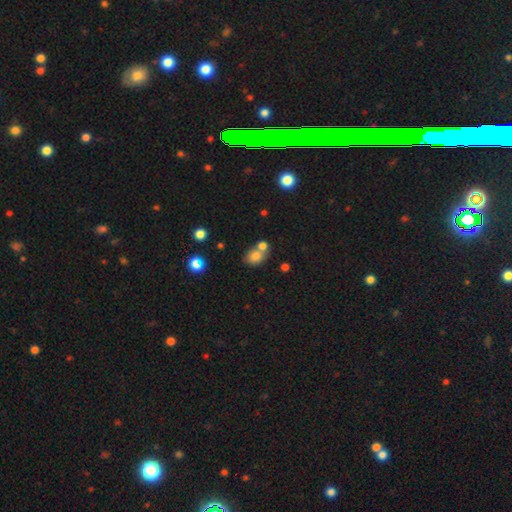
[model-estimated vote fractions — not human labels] smooth 77%, star or artifact 12%, featured or disk 11%. Down the decision tree: how rounded — in between (52%); merging — none (45%).